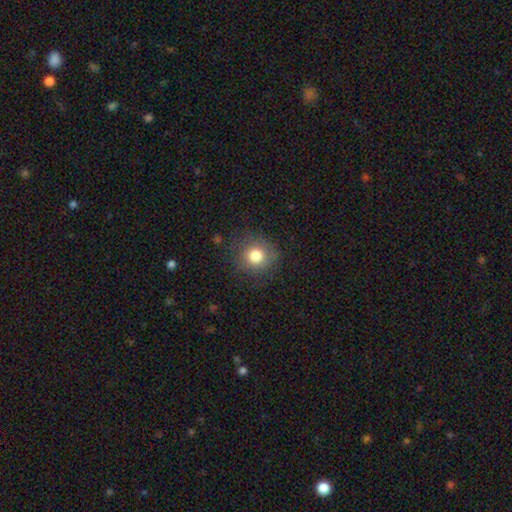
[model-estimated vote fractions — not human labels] Morphology: type=smooth (80%); roundness=round (90%); merging=none (84%).